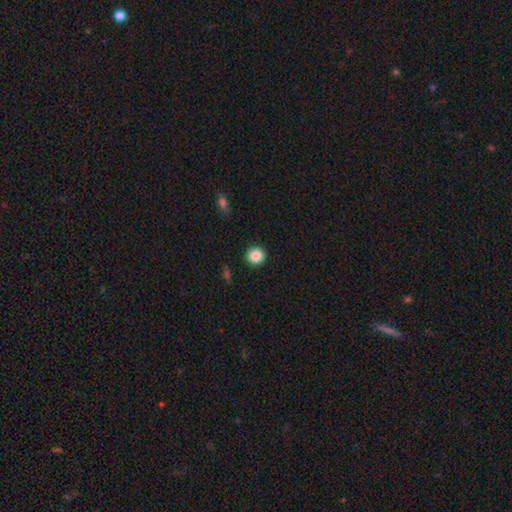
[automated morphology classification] Smooth or featured: smooth — 87% (star or artifact — 9%)
How rounded: round — 93% (in between — 6%)
Merging: none — 92% (minor disturbance — 5%)